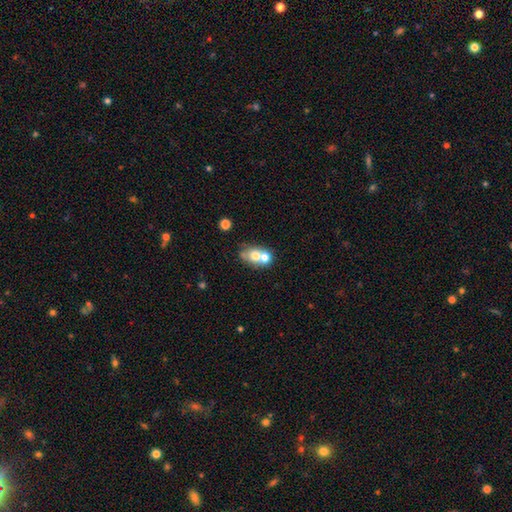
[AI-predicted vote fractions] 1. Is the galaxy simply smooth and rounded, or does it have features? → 64% smooth, 25% featured or disk, 11% star or artifact.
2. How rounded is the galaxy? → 55% in between, 43% round, 2% cigar-shaped.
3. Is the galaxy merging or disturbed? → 54% merger, 33% none, 9% minor disturbance, 4% major disturbance.